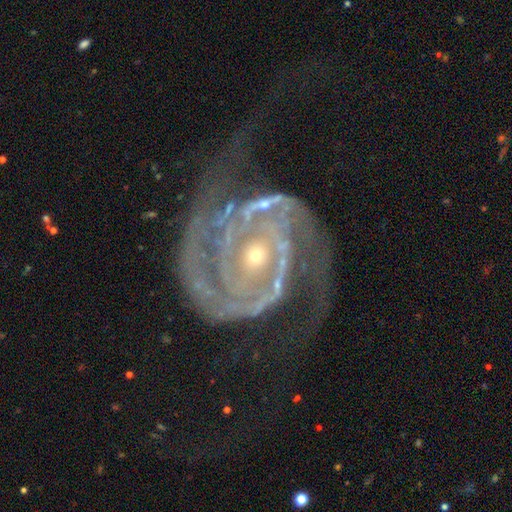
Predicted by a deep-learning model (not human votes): This is clearly a featured or disk galaxy (93%). It is clearly not viewed edge-on (98%). Bar: marginally no (44%). Spiral arm pattern: clearly yes (99%). Spiral arm count: likely 2 (69%). Spiral winding: likely tight (63%). Central bulge: likely small (65%). Merging: possibly none (55%).